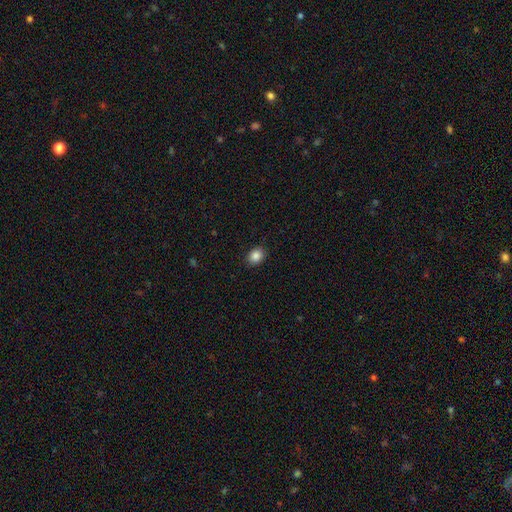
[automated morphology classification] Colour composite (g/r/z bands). It shows a smooth galaxy with no disk features (86%) that is in between round and cigar-shaped (55%). Merging: none (89%).